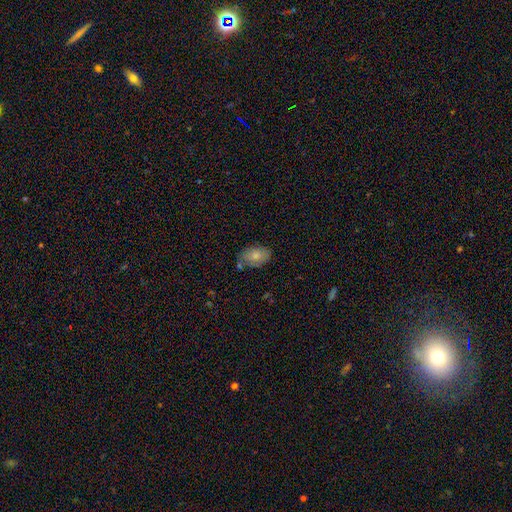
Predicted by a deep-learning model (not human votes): Overall: smooth (75%). How rounded: in between (90%). Merging: none (63%).